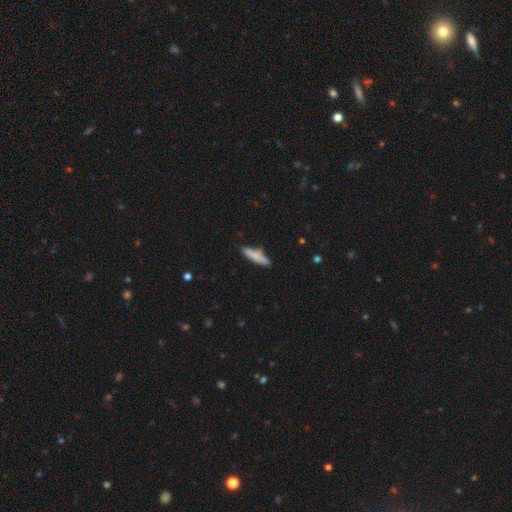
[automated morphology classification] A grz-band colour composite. It shows a smooth galaxy with no disk features (77%) that is cigar-shaped (77%). Merging: none (79%).